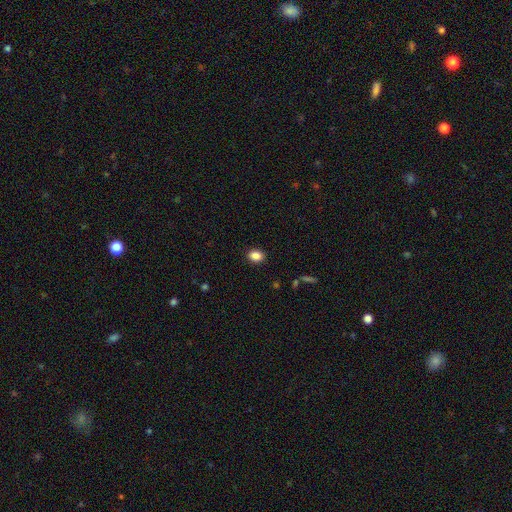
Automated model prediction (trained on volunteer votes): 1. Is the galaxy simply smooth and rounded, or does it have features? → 86% smooth, 9% star or artifact, 4% featured or disk.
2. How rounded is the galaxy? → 64% in between, 35% round, 1% cigar-shaped.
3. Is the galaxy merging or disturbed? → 89% none, 7% minor disturbance, 2% major disturbance, 1% merger.